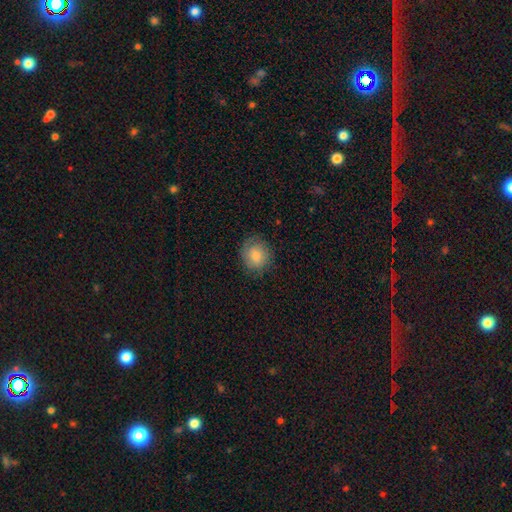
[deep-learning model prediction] The model was most divided on "how rounded": round: 76%, in between: 23%, cigar-shaped: 1%. More confident: merging — none (80%); smooth or featured — smooth (75%).